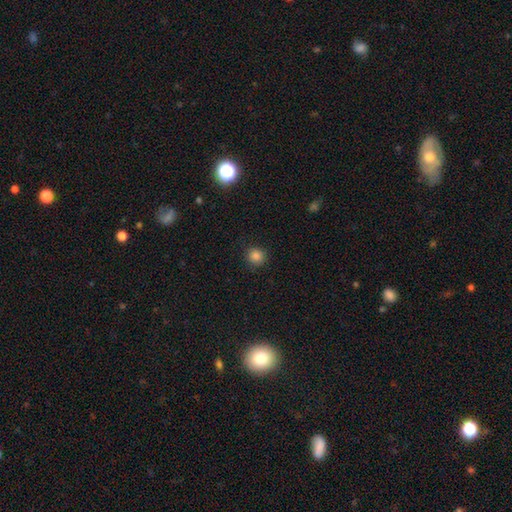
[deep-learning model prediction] Smooth or featured?
  - smooth: 85% *
  - star or artifact: 12%
  - featured or disk: 3%
How rounded?
  - round: 92% *
  - in between: 7%
  - cigar-shaped: 1%
Merging?
  - none: 89% *
  - minor disturbance: 8%
  - major disturbance: 2%
  - merger: 1%